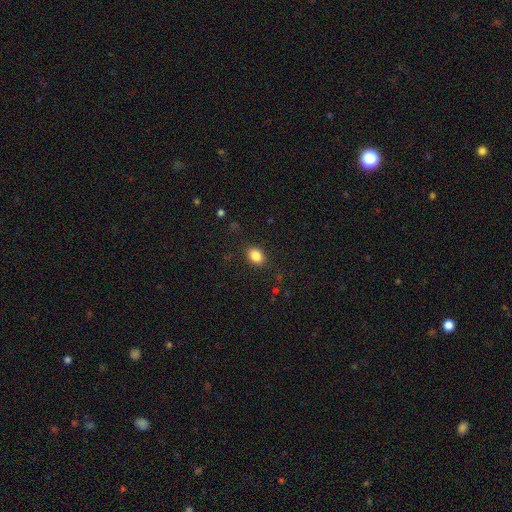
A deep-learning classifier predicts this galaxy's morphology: This appears to be a smooth galaxy with no disk features (85%) that is in between round and cigar-shaped (74%). Merging: none (86%).